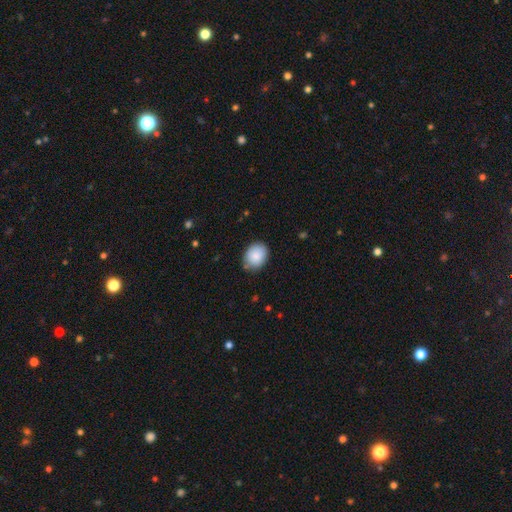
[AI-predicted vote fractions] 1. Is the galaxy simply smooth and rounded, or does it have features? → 88% smooth, 7% star or artifact, 5% featured or disk.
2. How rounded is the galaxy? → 56% in between, 43% round, 1% cigar-shaped.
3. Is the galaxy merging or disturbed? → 81% none, 15% minor disturbance, 3% major disturbance, 1% merger.